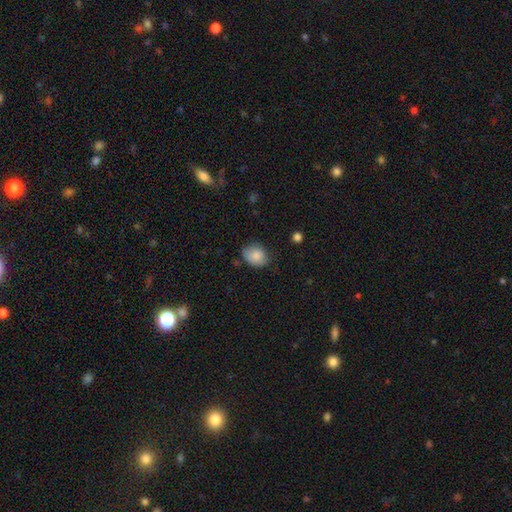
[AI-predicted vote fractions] Overall: smooth (85%). How rounded: round (52%; in between 47%). Merging: none (65%; minor disturbance 27%).